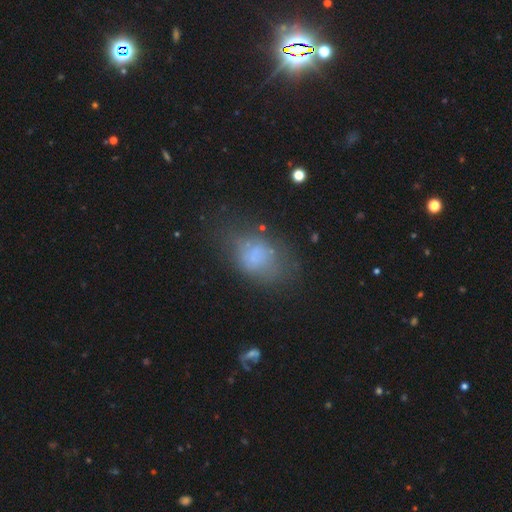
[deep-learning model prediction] A smooth galaxy with no disk features (63%) that is in between round and cigar-shaped (77%). Merging: none (47%).